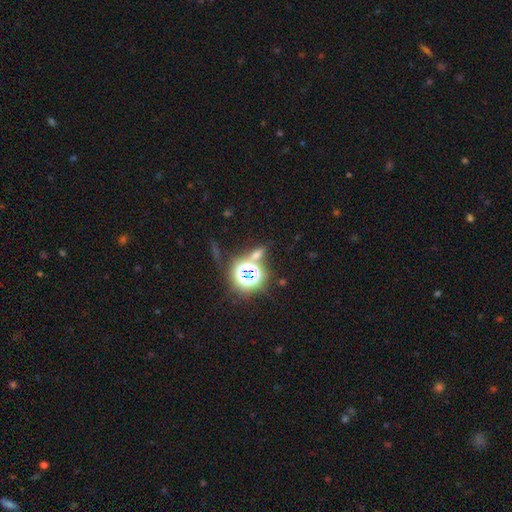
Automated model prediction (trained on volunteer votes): This is possibly a star or artifact rather than a galaxy (51%).